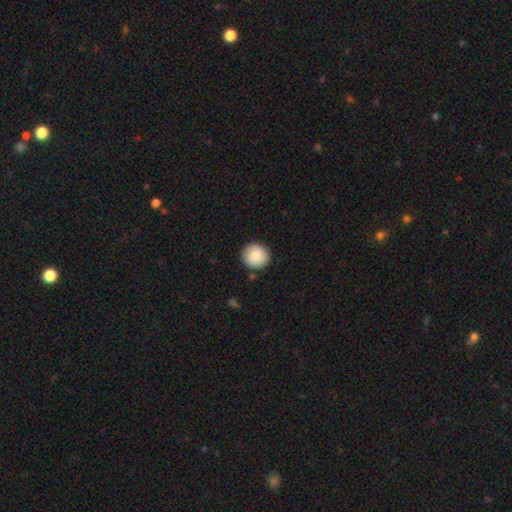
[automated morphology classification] This is clearly a smooth galaxy (86%). How rounded: clearly round (94%). Merging: clearly none (90%).